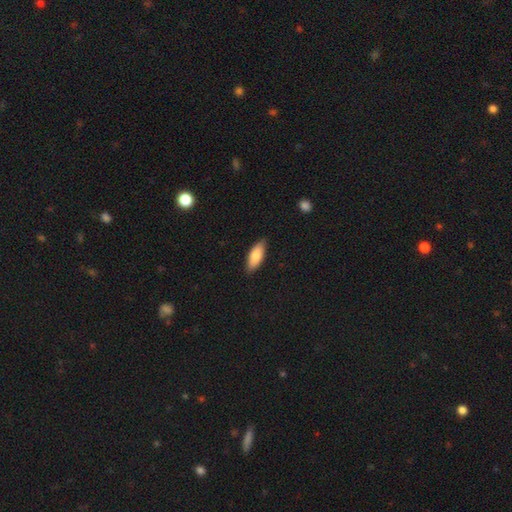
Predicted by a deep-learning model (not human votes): Q: Smooth or featured?
A: smooth (80%); runner-up: featured or disk (14%)
Q: How rounded?
A: in between (74%); runner-up: cigar-shaped (24%)
Q: Merging?
A: none (86%); runner-up: minor disturbance (12%)